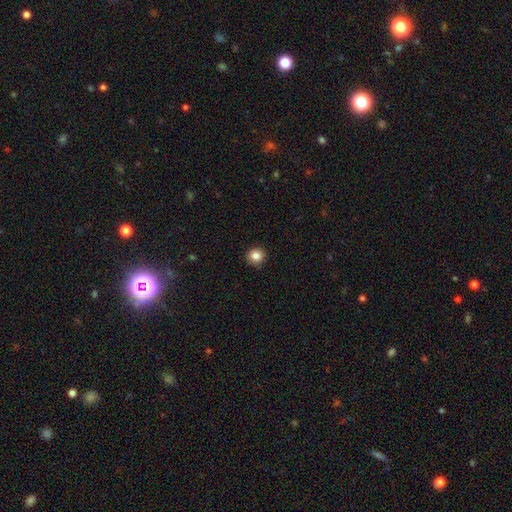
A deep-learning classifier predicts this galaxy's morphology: type=smooth (84%); roundness=round (94%); merging=none (93%).